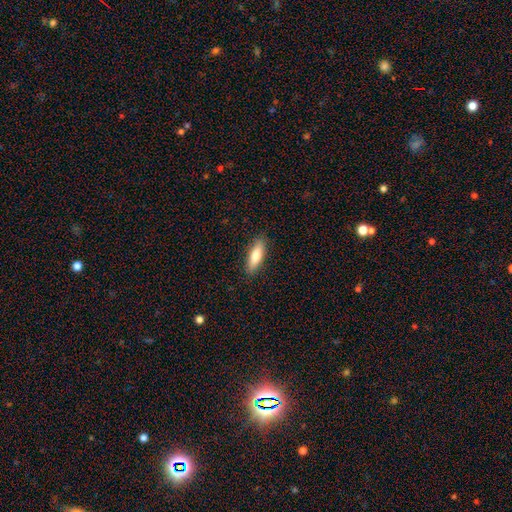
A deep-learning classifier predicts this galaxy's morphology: This appears to be a smooth galaxy with no disk features (76%) that is cigar-shaped (49%, tied with in between). Merging: none (87%).